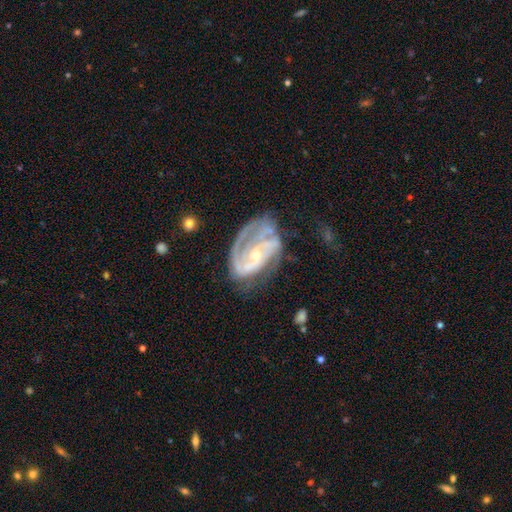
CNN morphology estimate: smooth-or-featured: featured or disk: 86% | smooth: 8% | star or artifact: 6%
  disk-edge-on: no: 97% | yes: 3%
    bar: no: 53% | weak: 34% | strong: 13%
    has-spiral-arms: yes: 92% | no: 8%
      spiral-winding: tight: 44% | medium: 41% | loose: 14%
      spiral-arm-count: 2: 48% | can't tell: 20% | 3: 14% | 1: 11% | 4: 3% | more than 4: 3%
    bulge-size: small: 61% | moderate: 35% | none: 2% | large: 2% | dominant: 1%
  merging: none: 46% | minor disturbance: 25% | major disturbance: 25% | merger: 4%